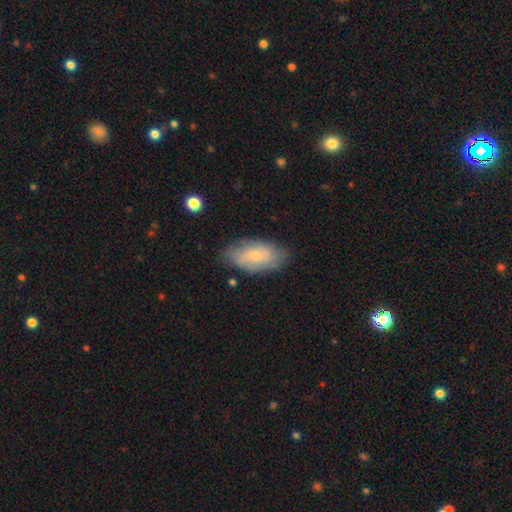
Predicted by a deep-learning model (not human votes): Morphology: type=smooth (50%); roundness=in between (92%); merging=none (75%).